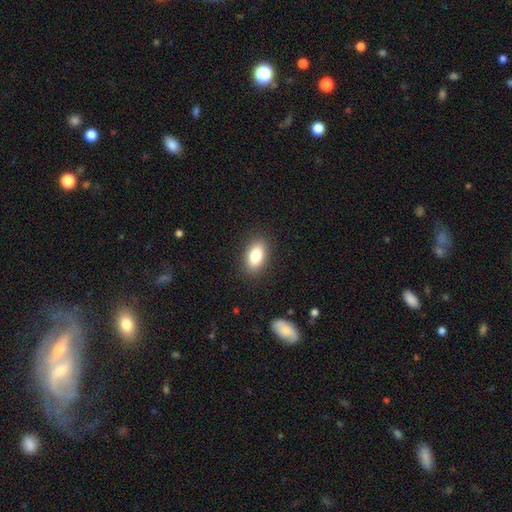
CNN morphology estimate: smooth-or-featured: smooth: 82% | featured or disk: 10% | star or artifact: 8%
  how-rounded: in between: 90% | round: 6% | cigar-shaped: 4%
  merging: none: 88% | minor disturbance: 8% | major disturbance: 3% | merger: 1%